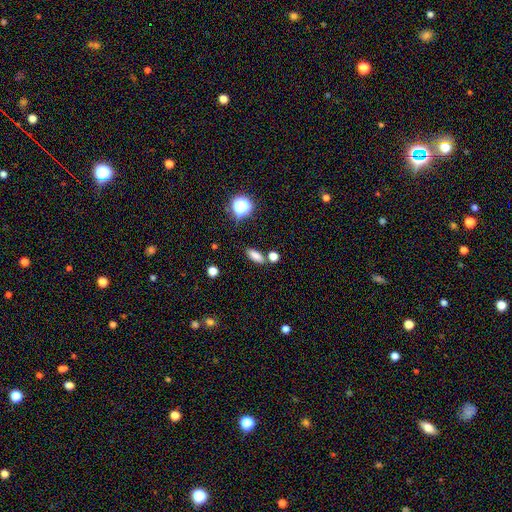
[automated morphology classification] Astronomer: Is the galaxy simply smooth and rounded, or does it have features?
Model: smooth — 80%.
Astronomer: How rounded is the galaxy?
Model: in between — 68%.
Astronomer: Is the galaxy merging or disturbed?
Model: none — 76%.